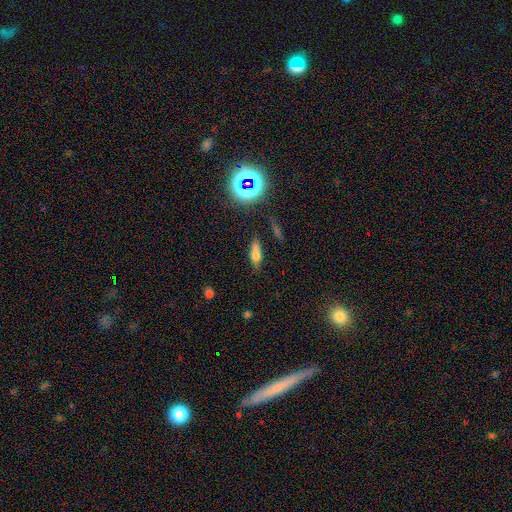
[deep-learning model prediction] Q: Smooth or featured?
A: smooth (57%); runner-up: featured or disk (24%)
Q: How rounded?
A: in between (57%); runner-up: cigar-shaped (34%)
Q: Merging?
A: none (57%); runner-up: minor disturbance (21%)